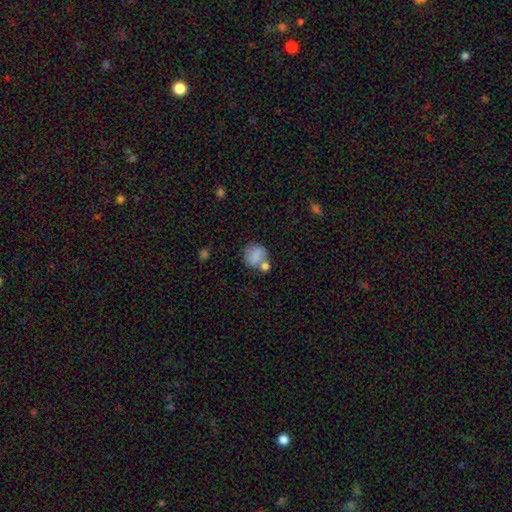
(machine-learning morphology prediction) smooth_or_featured: smooth (p=0.78) [alt: featured or disk p=0.13]
how_rounded: round (p=0.76) [alt: in between p=0.23]
merging: none (p=0.46) [alt: merger p=0.30]